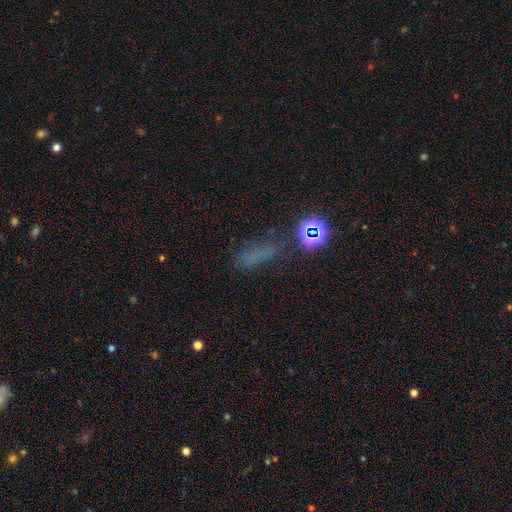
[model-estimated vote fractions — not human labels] Smooth or featured? smooth (44%)
Merging? none (58%)